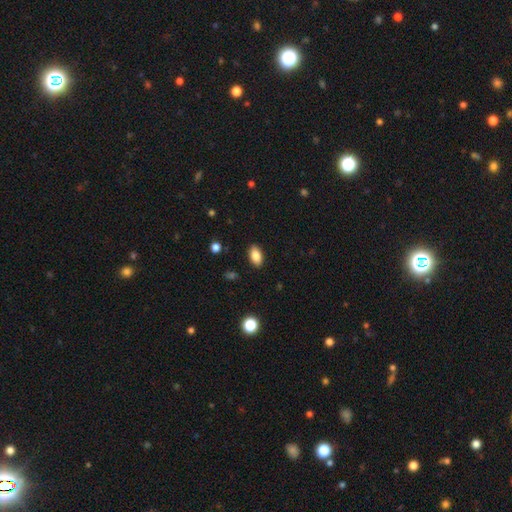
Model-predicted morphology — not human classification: Q: Smooth or featured?
A: smooth (85%); runner-up: star or artifact (8%)
Q: How rounded?
A: in between (92%); runner-up: round (5%)
Q: Merging?
A: none (88%); runner-up: minor disturbance (8%)